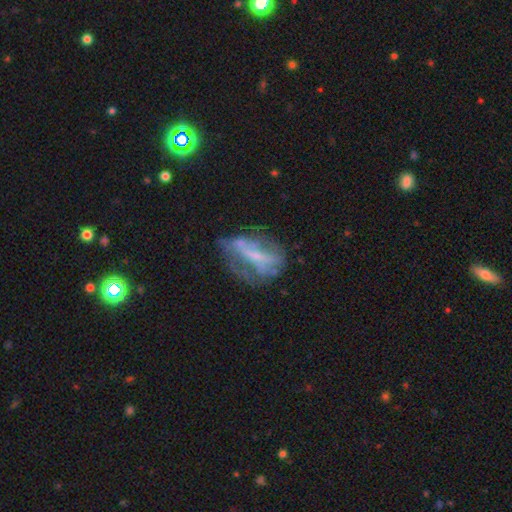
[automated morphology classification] A featured or disk galaxy (60%) with no bar (47%), no spiral arms (70%) and a small central bulge (42%). Merging: none (40%).